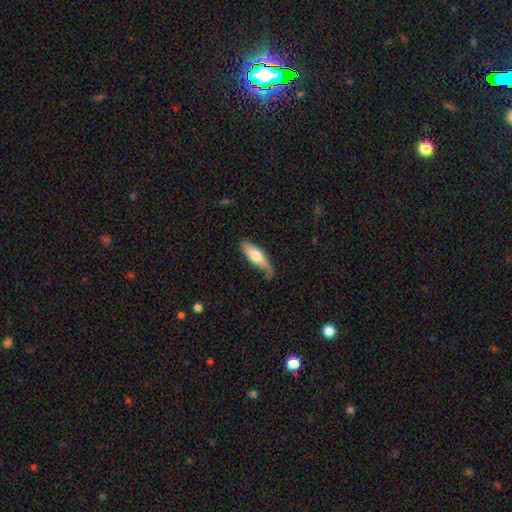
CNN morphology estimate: Smooth or featured? smooth (63%)
How rounded? in between (52%)
Merging? none (55%)